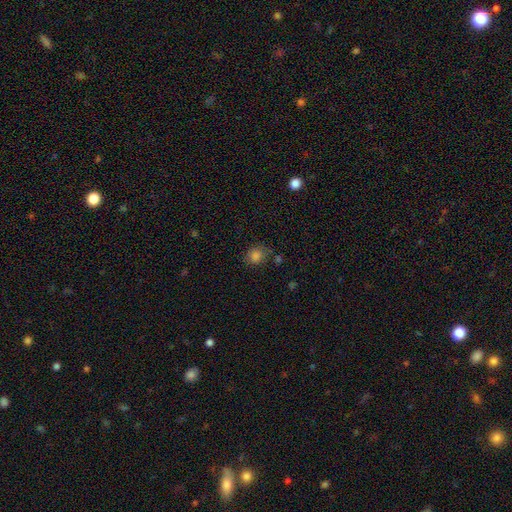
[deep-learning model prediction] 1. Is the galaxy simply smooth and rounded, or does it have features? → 82% smooth, 13% star or artifact, 5% featured or disk.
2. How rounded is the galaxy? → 72% round, 27% in between, 1% cigar-shaped.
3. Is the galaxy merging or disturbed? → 71% none, 18% minor disturbance, 6% merger, 5% major disturbance.